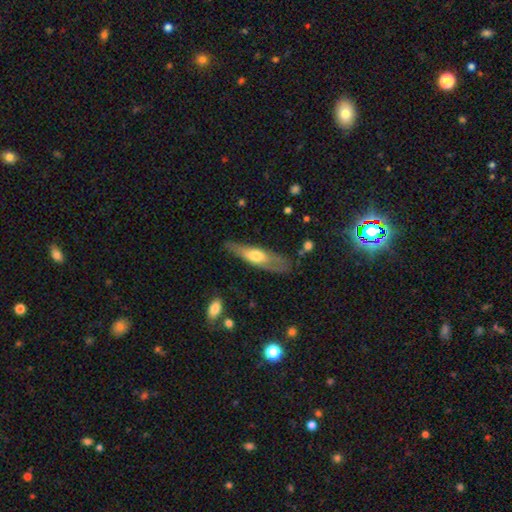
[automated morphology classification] Smooth or featured?
  - smooth: 49% *
  - featured or disk: 46%
  - star or artifact: 5%
Merging?
  - none: 67% *
  - minor disturbance: 23%
  - major disturbance: 8%
  - merger: 2%